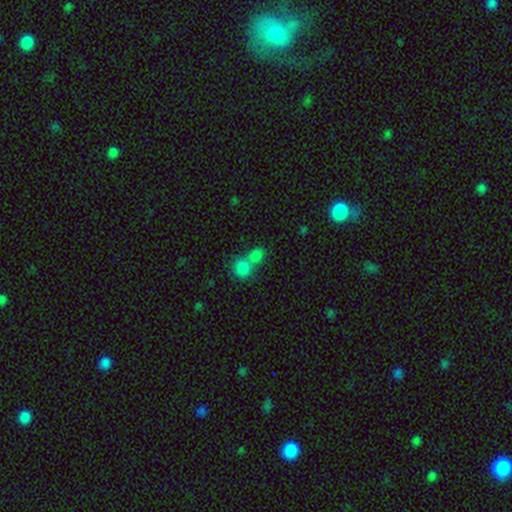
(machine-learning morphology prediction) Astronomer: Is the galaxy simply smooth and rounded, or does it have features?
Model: smooth — 80%.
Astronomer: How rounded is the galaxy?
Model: round — 61% (runner-up: in between, 37%).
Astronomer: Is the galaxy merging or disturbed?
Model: merger — 59%.